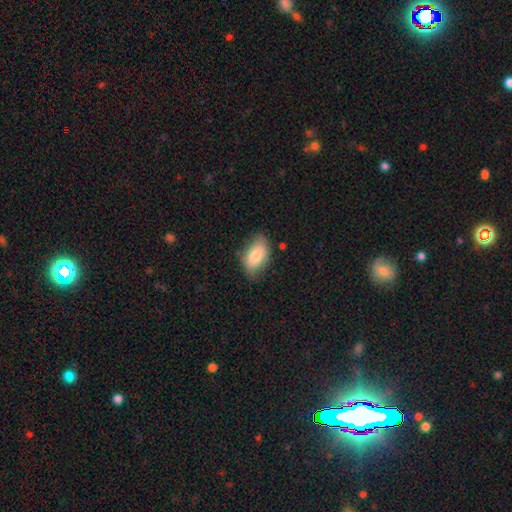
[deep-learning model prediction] Smooth or featured? Predicted: smooth (p=0.77). How rounded? Predicted: in between (p=0.92). Merging? Predicted: none (p=0.68).